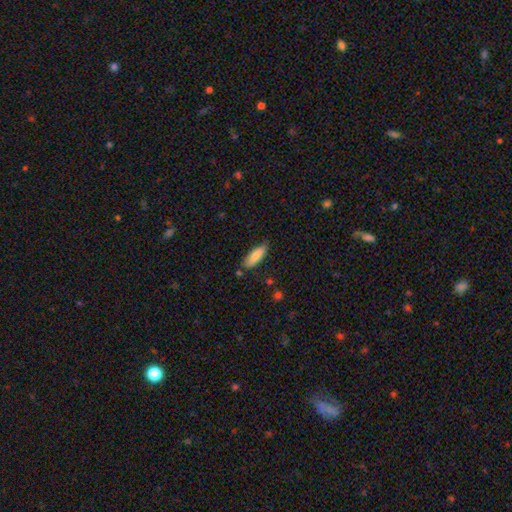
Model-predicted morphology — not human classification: Smooth or featured? smooth (83%)
How rounded? in between (58%)
Merging? none (78%)